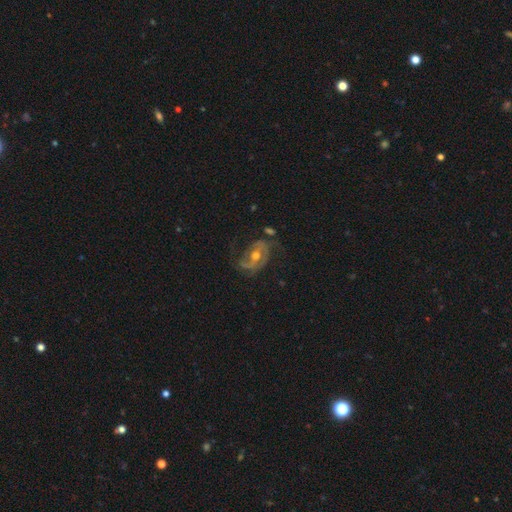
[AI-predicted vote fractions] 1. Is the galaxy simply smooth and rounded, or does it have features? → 81% featured or disk, 11% smooth, 7% star or artifact.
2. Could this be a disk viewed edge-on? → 96% no, 4% yes.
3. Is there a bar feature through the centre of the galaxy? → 54% no, 32% weak, 14% strong.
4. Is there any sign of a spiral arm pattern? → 87% yes, 13% no.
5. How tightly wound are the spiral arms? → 46% medium, 32% tight, 22% loose.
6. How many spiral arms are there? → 77% 2, 10% can't tell, 8% 1, 3% 3, 1% 4, 1% more than 4.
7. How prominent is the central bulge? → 74% moderate, 17% small, 7% large, 1% none, 1% dominant.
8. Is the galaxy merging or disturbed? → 61% none, 20% minor disturbance, 14% major disturbance, 4% merger.